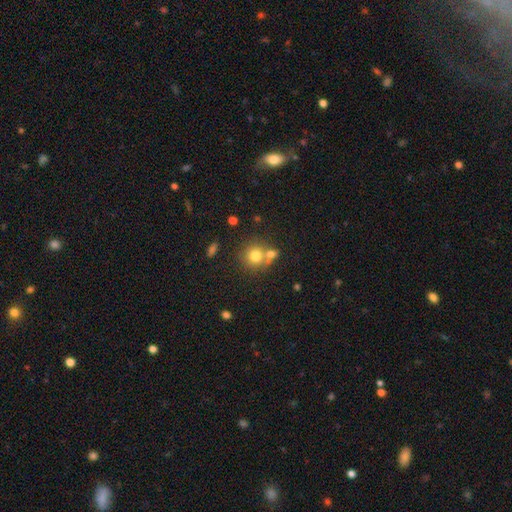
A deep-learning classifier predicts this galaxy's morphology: Q: Smooth or featured?
A: smooth (76%); runner-up: featured or disk (12%)
Q: How rounded?
A: round (87%); runner-up: in between (12%)
Q: Merging?
A: none (53%); runner-up: merger (34%)